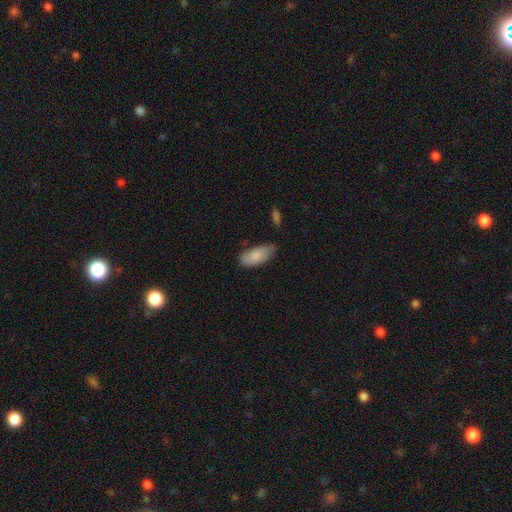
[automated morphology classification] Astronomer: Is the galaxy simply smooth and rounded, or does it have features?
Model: smooth — 85%.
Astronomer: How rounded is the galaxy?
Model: in between — 89%.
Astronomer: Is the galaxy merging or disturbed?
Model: none — 59%.